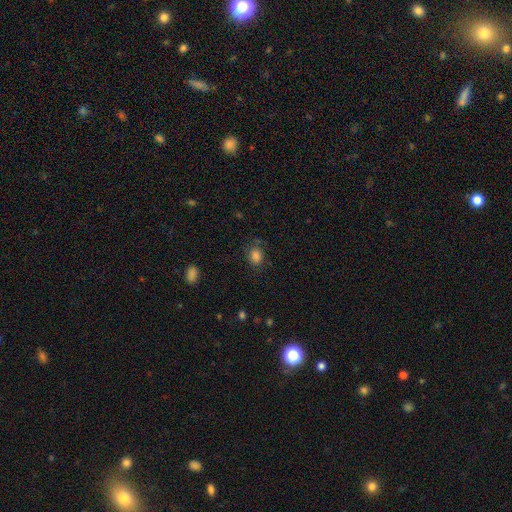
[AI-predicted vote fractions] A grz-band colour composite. It shows a smooth galaxy with no disk features (83%) that is round (51%). Merging: none (74%).